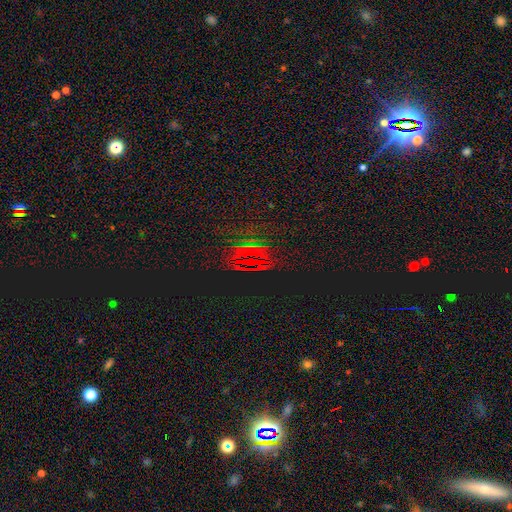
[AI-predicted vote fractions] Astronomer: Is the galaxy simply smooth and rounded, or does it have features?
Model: star or artifact — 79%.